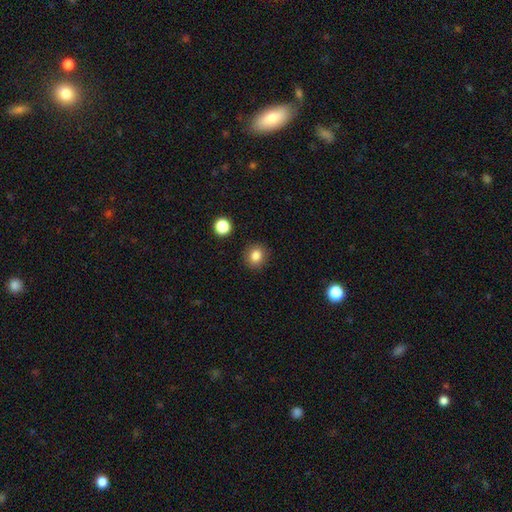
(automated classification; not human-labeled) This is clearly a smooth galaxy (83%). How rounded: clearly round (83%). Merging: clearly none (90%).